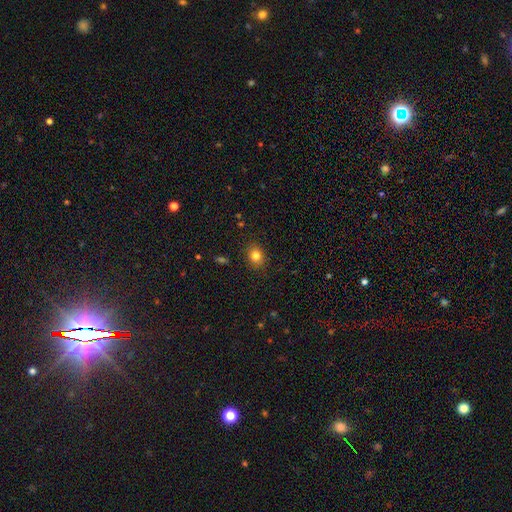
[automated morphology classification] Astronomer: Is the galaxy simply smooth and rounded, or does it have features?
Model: smooth — 82%.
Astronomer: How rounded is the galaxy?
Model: round — 57% (runner-up: in between, 42%).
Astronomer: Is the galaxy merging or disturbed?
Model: none — 88%.